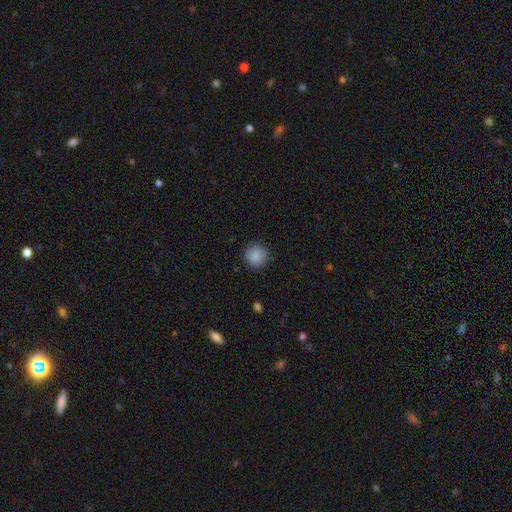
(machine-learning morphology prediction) Smooth or featured? smooth (85%)
How rounded? round (92%)
Merging? none (87%)